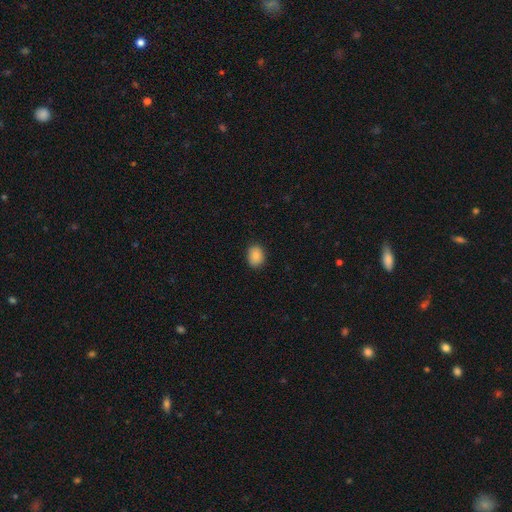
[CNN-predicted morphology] A smooth galaxy with no disk features (87%) that is in between round and cigar-shaped (60%).

Vote fractions:
- Smooth or featured? smooth: 87% / star or artifact: 9% / featured or disk: 4%
- How rounded? in between: 60% / round: 39% / cigar-shaped: 1%
- Merging? none: 87% / minor disturbance: 9% / major disturbance: 2% / merger: 1%